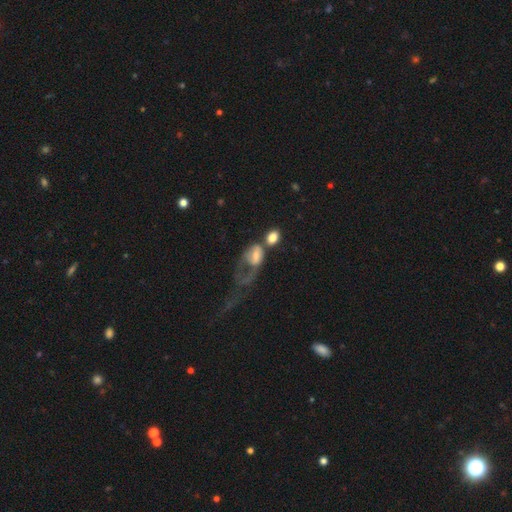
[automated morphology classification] smooth_or_featured: smooth (p=0.57) [alt: featured or disk p=0.32]
how_rounded: in between (p=0.79) [alt: round p=0.18]
merging: merger (p=0.40) [tied with: major disturbance p=0.40]